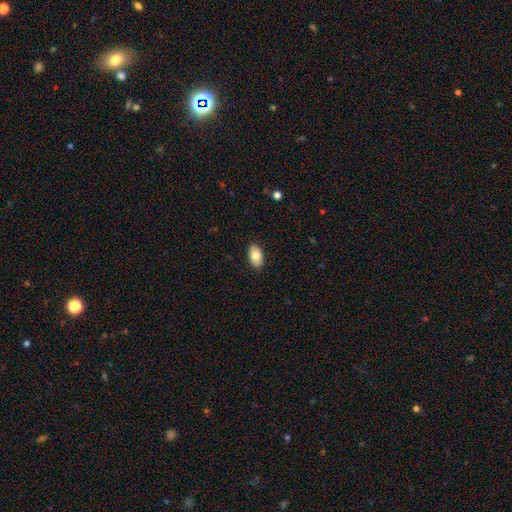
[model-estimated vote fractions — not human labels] Smooth or featured? Predicted: smooth (p=0.79). How rounded? Predicted: in between (p=0.92). Merging? Predicted: none (p=0.89).